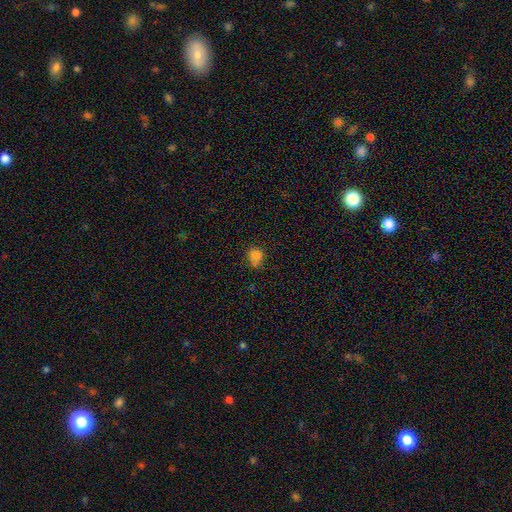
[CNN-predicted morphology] The model was most divided on "merging": none: 55%, minor disturbance: 23%, merger: 15%, major disturbance: 7%. More confident: smooth or featured — smooth (80%); how rounded — round (75%).